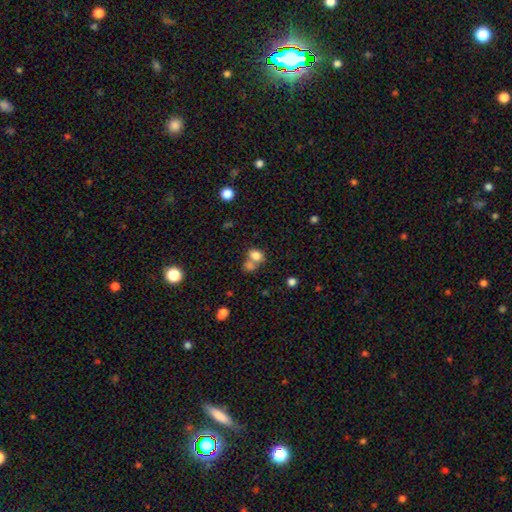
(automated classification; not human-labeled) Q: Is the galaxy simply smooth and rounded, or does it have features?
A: smooth — 79%.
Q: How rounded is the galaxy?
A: in between — 62%.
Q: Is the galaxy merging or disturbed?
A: merger — 48%.